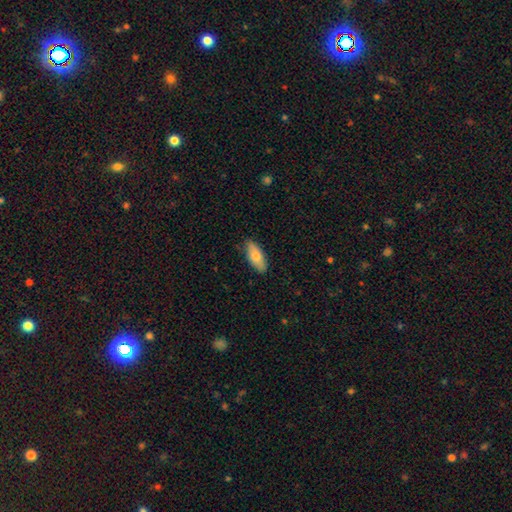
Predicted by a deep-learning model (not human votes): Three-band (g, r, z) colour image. It shows a smooth galaxy with no disk features (73%) that is in between round and cigar-shaped (81%). Merging: none (86%).